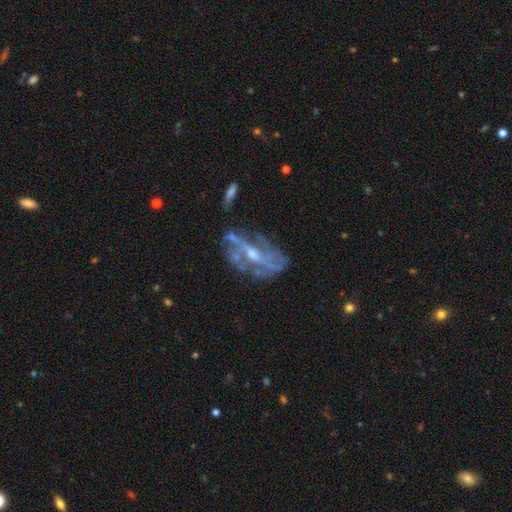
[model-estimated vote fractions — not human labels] Q: Smooth or featured?
A: featured or disk (74%); runner-up: star or artifact (14%)
Q: Edge-on disk?
A: no (89%); runner-up: yes (11%)
Q: Bar?
A: no (43%); runner-up: weak (39%)
Q: Spiral arms?
A: yes (67%); runner-up: no (33%)
Q: Bulge size?
A: small (50%); runner-up: moderate (41%)
Q: Merging?
A: none (44%); runner-up: major disturbance (24%)